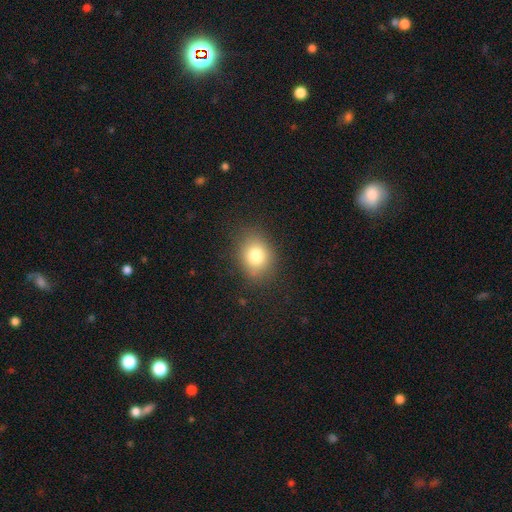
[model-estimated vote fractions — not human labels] smooth 79%, star or artifact 11%, featured or disk 10%. Down the decision tree: how rounded — round (50%); merging — none (82%).